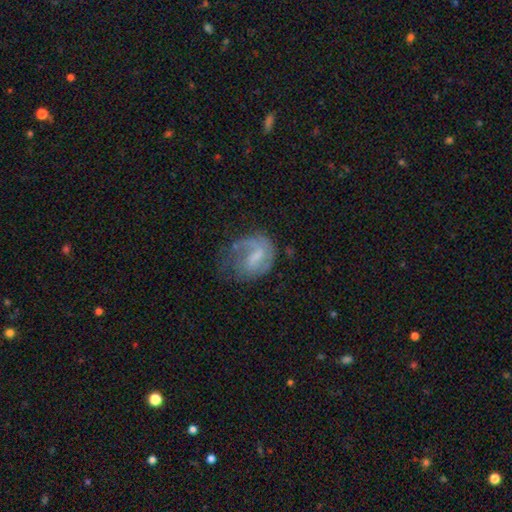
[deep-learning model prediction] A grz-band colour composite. It shows a featured or disk galaxy (59%) with a weak bar (51%), spiral arms (72%) and no central bulge (36%). Merging: none (37%).